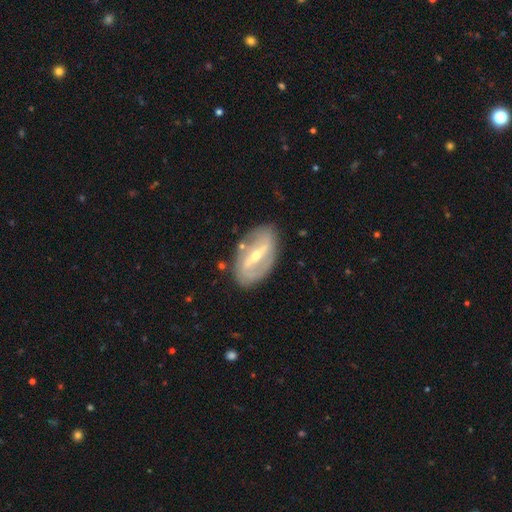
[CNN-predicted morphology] Smooth or featured: featured or disk — 83% (smooth — 11%)
Edge-on disk: no — 90% (yes — 10%)
Bar: strong — 72% (weak — 21%)
Spiral arms: yes — 76% (no — 24%)
Spiral winding: medium — 36% (loose — 34%)
Spiral arm count: 2 — 83% (can't tell — 10%)
Bulge size: small — 52% (moderate — 45%)
Merging: none — 82% (minor disturbance — 13%)